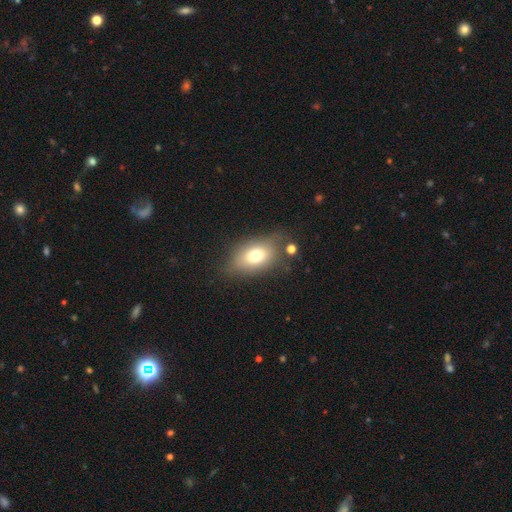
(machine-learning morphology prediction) This appears to be a smooth galaxy with no disk features (73%) that is in between round and cigar-shaped (83%). Merging: none (69%).